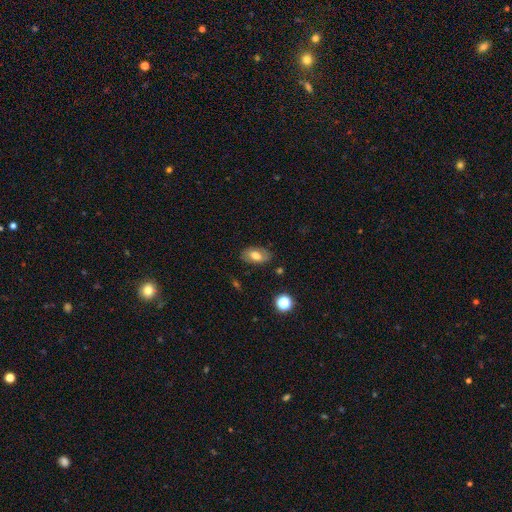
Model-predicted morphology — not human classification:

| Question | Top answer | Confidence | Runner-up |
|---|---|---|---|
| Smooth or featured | smooth | 64% | featured or disk (27%) |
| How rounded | in between | 91% | round (6%) |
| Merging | none | 78% | minor disturbance (16%) |